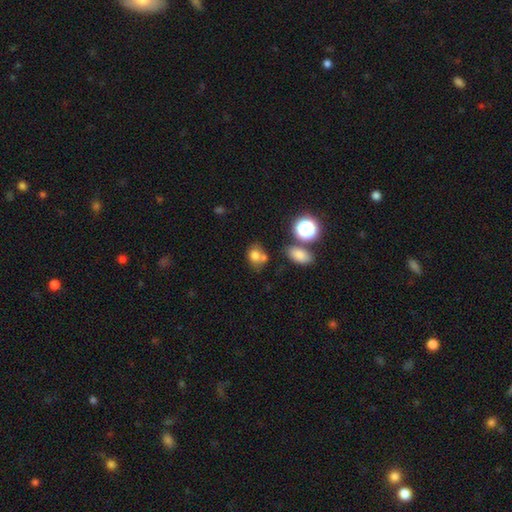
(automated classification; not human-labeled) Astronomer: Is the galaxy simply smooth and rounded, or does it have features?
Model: smooth — 73%.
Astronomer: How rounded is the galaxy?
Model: round — 54% (runner-up: in between, 45%).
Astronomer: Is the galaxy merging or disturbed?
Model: none — 48% (runner-up: merger, 30%).